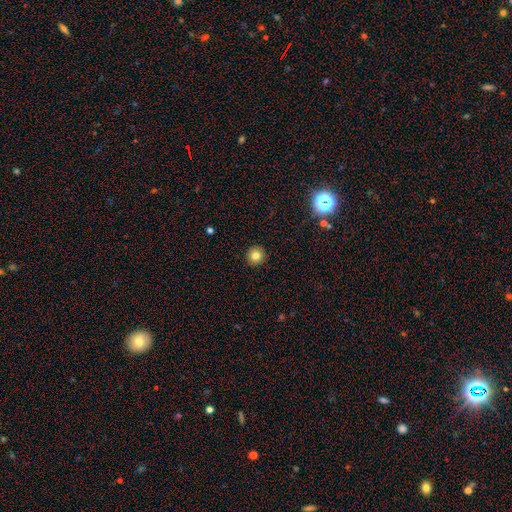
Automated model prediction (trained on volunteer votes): Smooth or featured: smooth — 80% (star or artifact — 12%)
How rounded: round — 94% (in between — 6%)
Merging: none — 92% (minor disturbance — 5%)